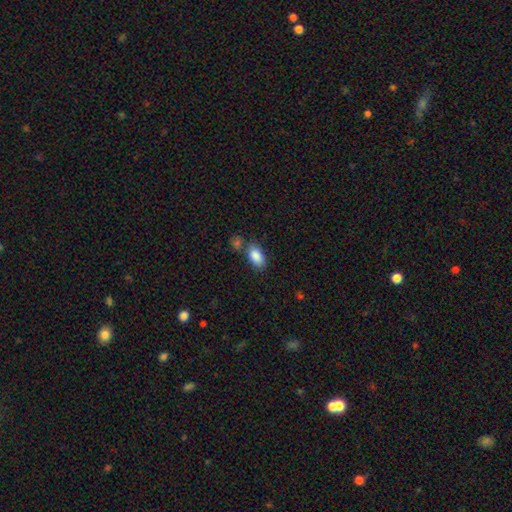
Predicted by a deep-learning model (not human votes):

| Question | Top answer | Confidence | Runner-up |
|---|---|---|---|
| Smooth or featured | smooth | 87% | star or artifact (7%) |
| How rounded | in between | 92% | round (4%) |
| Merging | none | 66% | merger (17%) |